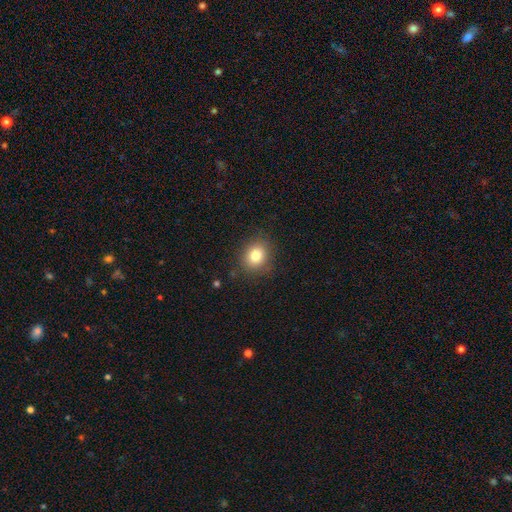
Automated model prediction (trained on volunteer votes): smooth-or-featured: smooth: 81% | star or artifact: 11% | featured or disk: 8%
  how-rounded: round: 63% | in between: 36% | cigar-shaped: 1%
  merging: none: 85% | minor disturbance: 10% | major disturbance: 3% | merger: 1%